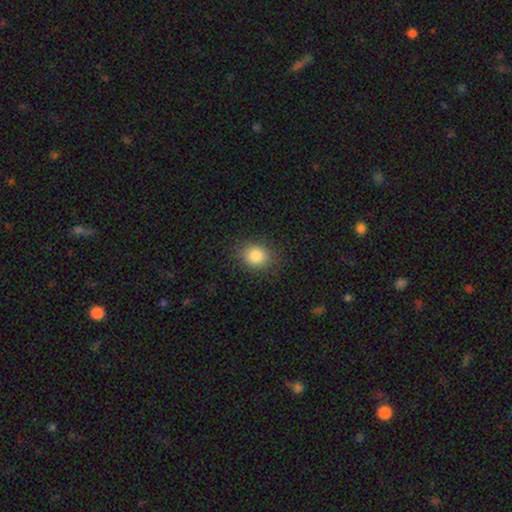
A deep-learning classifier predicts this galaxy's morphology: type=smooth (85%); roundness=round (60%); merging=none (85%).